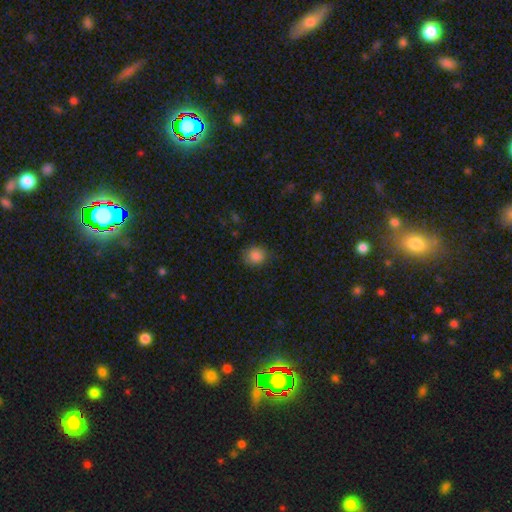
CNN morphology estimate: Smooth or featured? smooth (86%)
How rounded? round (72%)
Merging? none (78%)